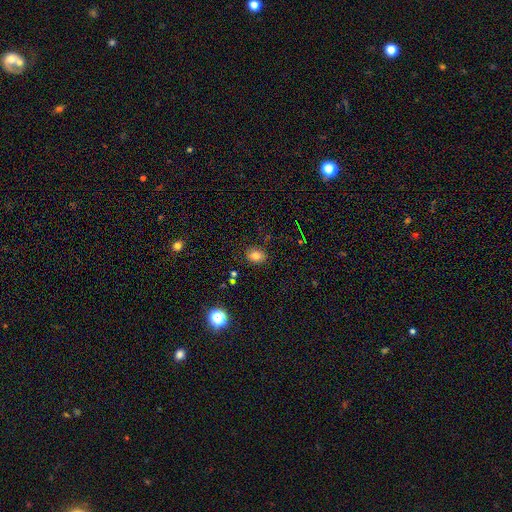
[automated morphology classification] A smooth galaxy with no disk features (79%) that is round (50%). Merging: none (84%).